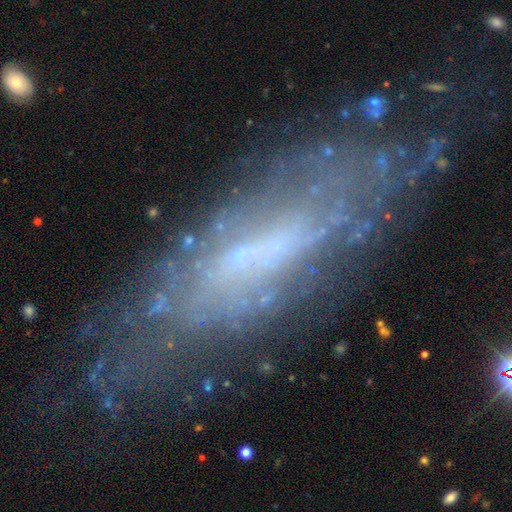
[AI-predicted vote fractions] A featured or disk galaxy (70%) with no bar (46%), spiral arms (67%) and a small central bulge (57%).

Vote fractions:
- Smooth or featured? featured or disk: 70% / smooth: 21% / star or artifact: 9%
- Edge-on disk? no: 72% / yes: 28%
- Bar? no: 46% / weak: 38% / strong: 16%
- Spiral arms? yes: 67% / no: 33%
- Bulge size? small: 57% / none: 22% / moderate: 18% / large: 3% / dominant: 1%
- Merging? none: 71% / minor disturbance: 19% / major disturbance: 8% / merger: 2%